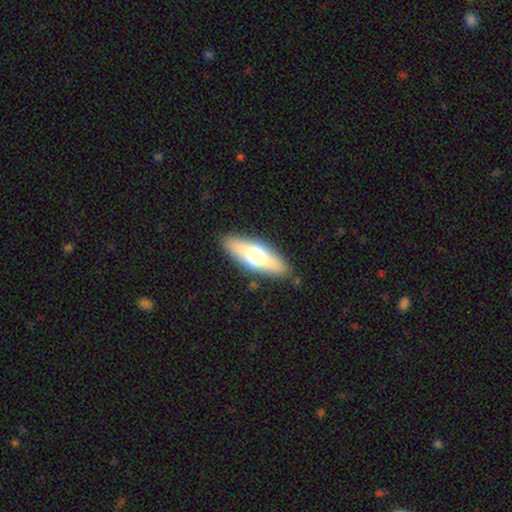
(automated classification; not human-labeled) Smooth or featured? Predicted: smooth (p=0.61). How rounded? Predicted: in between (p=0.61). Merging? Predicted: none (p=0.86).